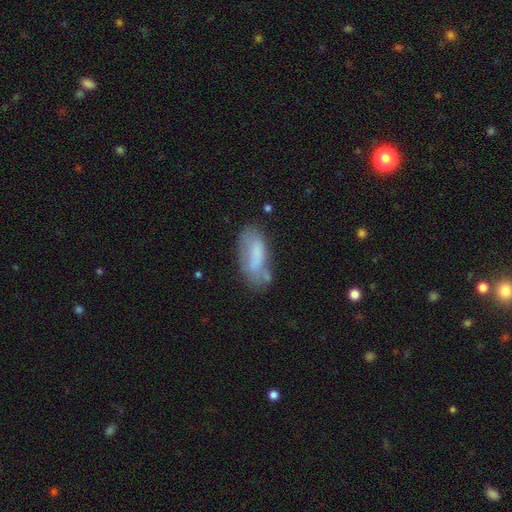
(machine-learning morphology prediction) Overall: smooth (66%; featured or disk 26%). How rounded: in between (80%). Merging: none (51%; minor disturbance 28%).